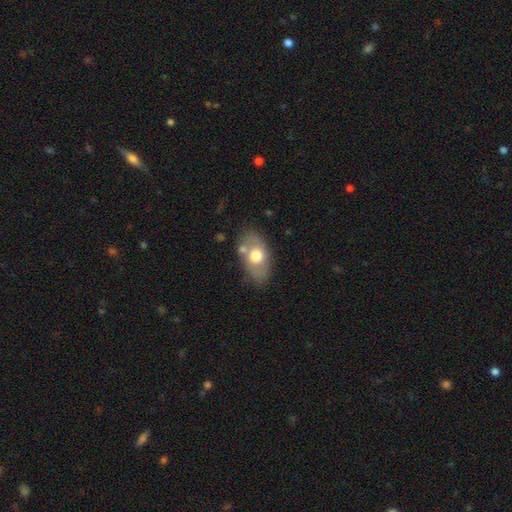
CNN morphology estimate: Smooth or featured? Predicted: smooth (p=0.59). How rounded? Predicted: in between (p=0.88). Merging? Predicted: none (p=0.71).